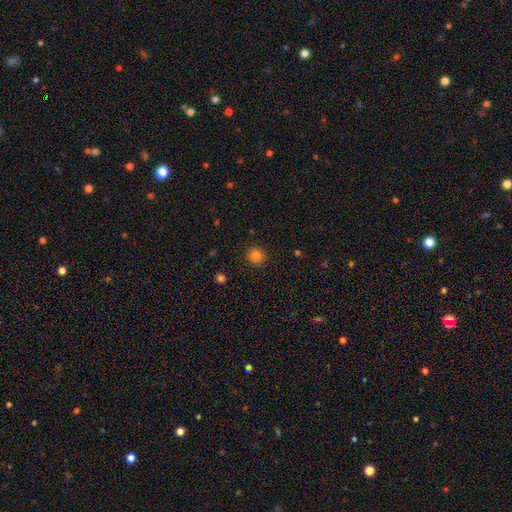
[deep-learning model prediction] This is clearly a smooth galaxy (83%). How rounded: clearly round (91%). Merging: clearly none (89%).